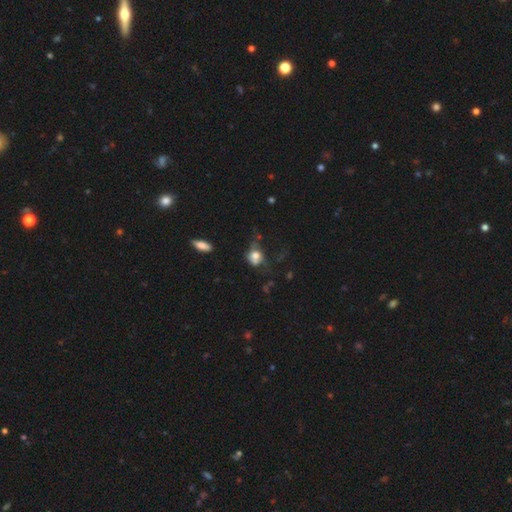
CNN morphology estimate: This appears to be a smooth galaxy with no disk features (67%) that is round (51%). Merging: major disturbance (31%, tied with none).